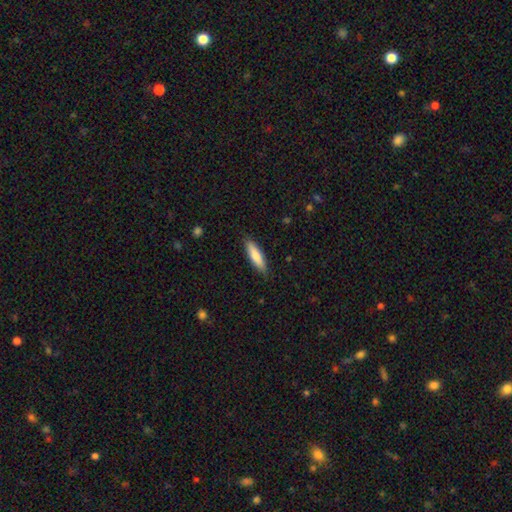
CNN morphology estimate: type=smooth (79%); roundness=cigar-shaped (65%); merging=none (87%).